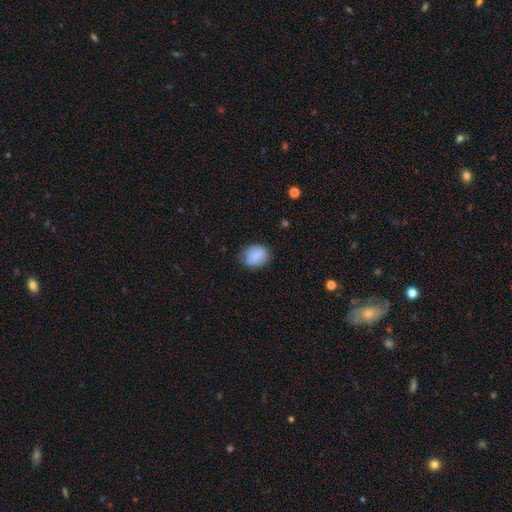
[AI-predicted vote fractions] This is clearly a smooth galaxy (84%). How rounded: possibly round (53%). Merging: likely none (72%).